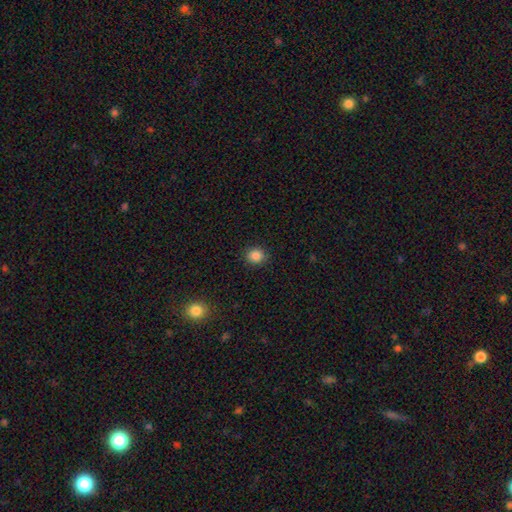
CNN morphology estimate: A smooth galaxy with no disk features (85%) that is round (84%).

Vote fractions:
- Smooth or featured? smooth: 85% / star or artifact: 11% / featured or disk: 4%
- How rounded? round: 84% / in between: 16% / cigar-shaped: 1%
- Merging? none: 90% / minor disturbance: 7% / major disturbance: 2% / merger: 1%